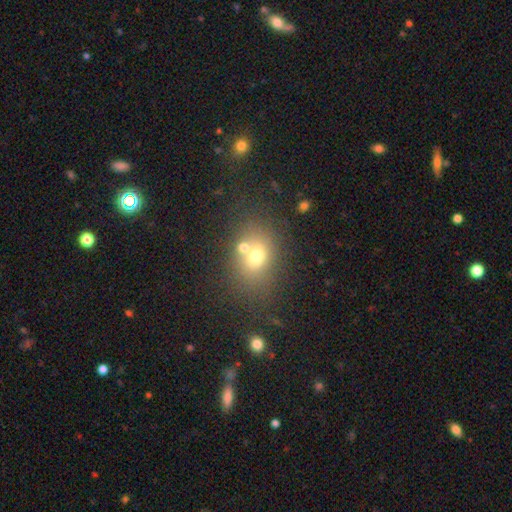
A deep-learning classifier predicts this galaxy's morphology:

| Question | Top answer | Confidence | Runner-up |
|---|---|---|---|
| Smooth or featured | smooth | 66% | featured or disk (19%) |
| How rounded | in between | 55% | round (43%) |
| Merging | none | 54% | merger (28%) |